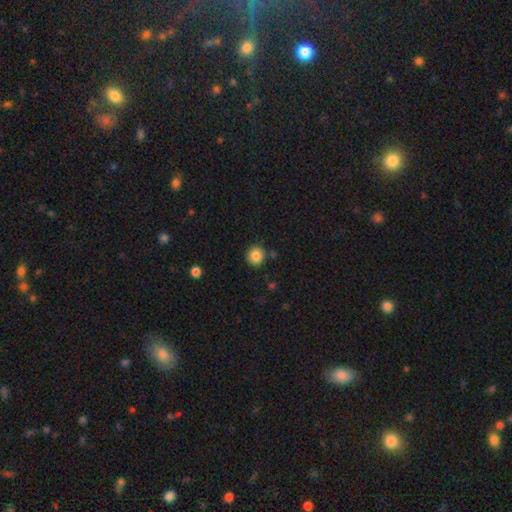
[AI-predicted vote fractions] smooth_or_featured: smooth (p=0.85) [alt: star or artifact p=0.10]
how_rounded: round (p=0.90) [alt: in between p=0.09]
merging: none (p=0.86) [alt: minor disturbance p=0.08]